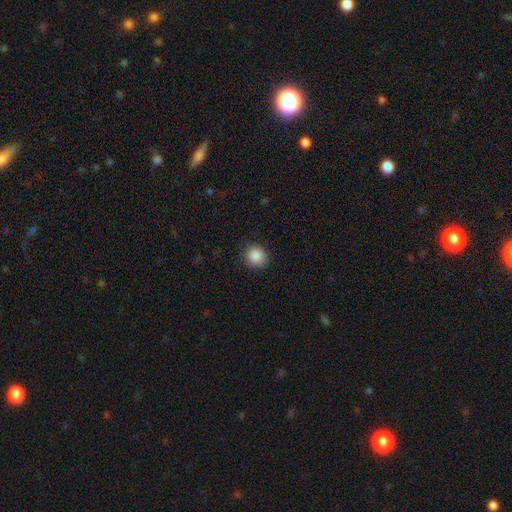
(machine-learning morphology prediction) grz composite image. It shows a smooth galaxy with no disk features (88%) that is round (88%). Merging: none (88%).